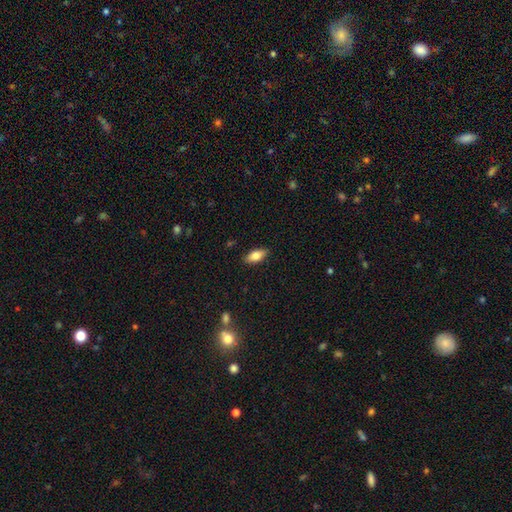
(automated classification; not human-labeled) Smooth or featured? Predicted: smooth (p=0.79). How rounded? Predicted: in between (p=0.87). Merging? Predicted: none (p=0.88).